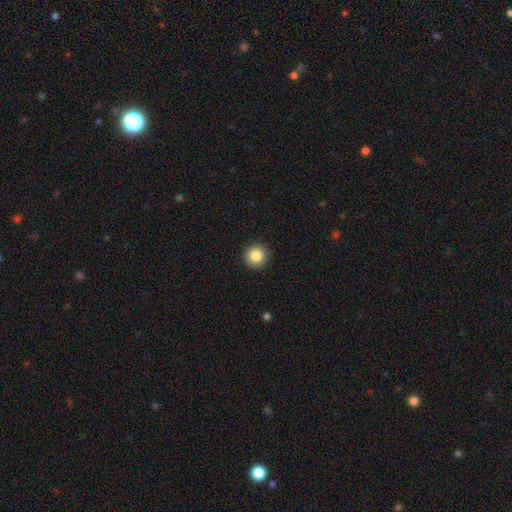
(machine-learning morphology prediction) Smooth or featured? Predicted: smooth (p=0.85). How rounded? Predicted: round (p=0.95). Merging? Predicted: none (p=0.91).